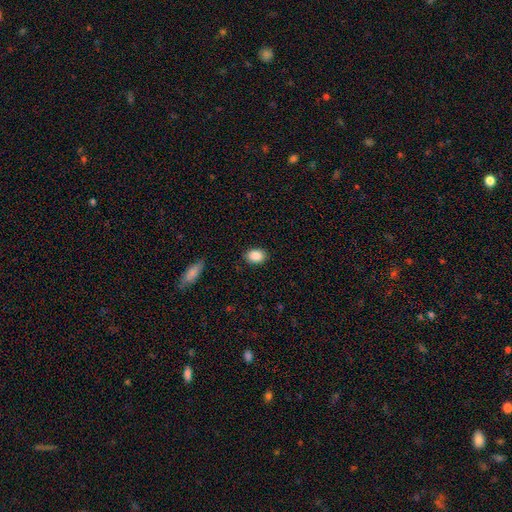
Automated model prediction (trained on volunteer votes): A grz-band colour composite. It shows a smooth galaxy with no disk features (87%) that is in between round and cigar-shaped (72%). Merging: none (86%).